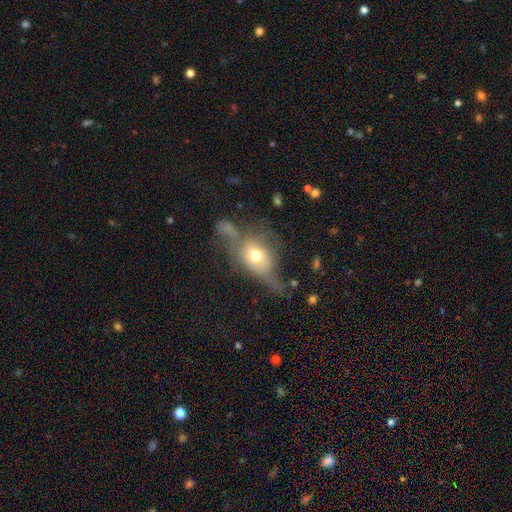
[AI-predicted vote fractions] A smooth galaxy with no disk features (53%) that is in between round and cigar-shaped (59%). Merging: major disturbance (42%).